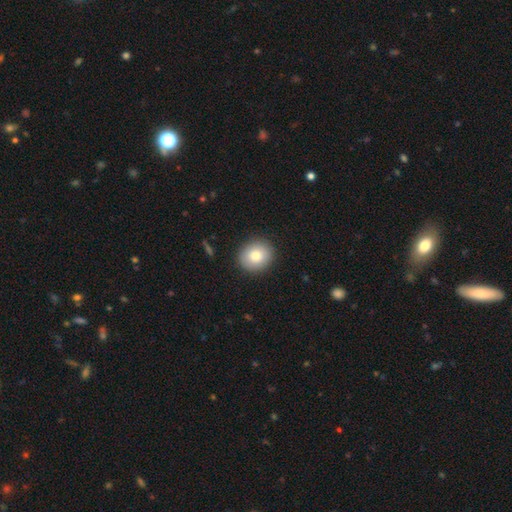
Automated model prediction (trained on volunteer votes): A smooth galaxy with no disk features (80%) that is round (75%).

Vote fractions:
- Smooth or featured? smooth: 80% / featured or disk: 11% / star or artifact: 8%
- How rounded? round: 75% / in between: 24% / cigar-shaped: 1%
- Merging? none: 89% / minor disturbance: 7% / major disturbance: 2% / merger: 1%